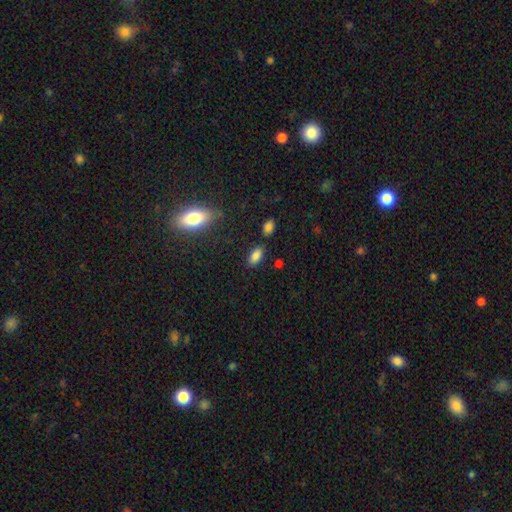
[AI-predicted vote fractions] The model was most divided on "merging": none: 81%, minor disturbance: 12%, merger: 4%, major disturbance: 3%. More confident: how rounded — in between (89%); smooth or featured — smooth (84%).